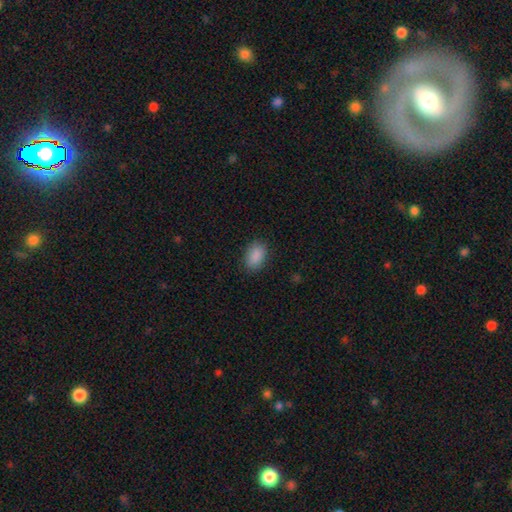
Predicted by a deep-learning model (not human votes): Smooth or featured: smooth — 90% (star or artifact — 7%)
How rounded: in between — 89% (round — 10%)
Merging: none — 86% (minor disturbance — 10%)